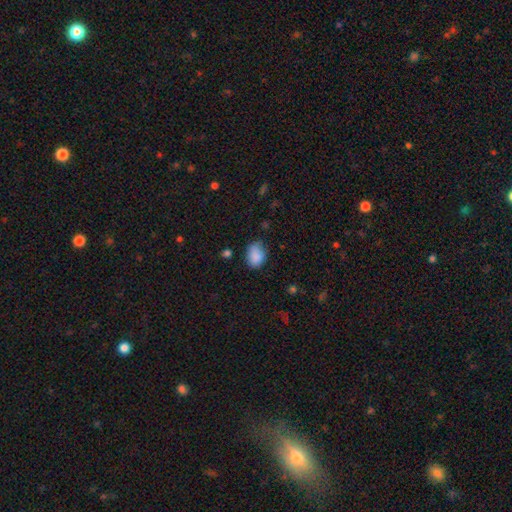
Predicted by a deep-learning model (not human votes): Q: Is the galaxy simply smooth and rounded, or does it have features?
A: smooth — 87%.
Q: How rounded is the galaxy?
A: in between — 69%.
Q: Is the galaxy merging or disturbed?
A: none — 68%.